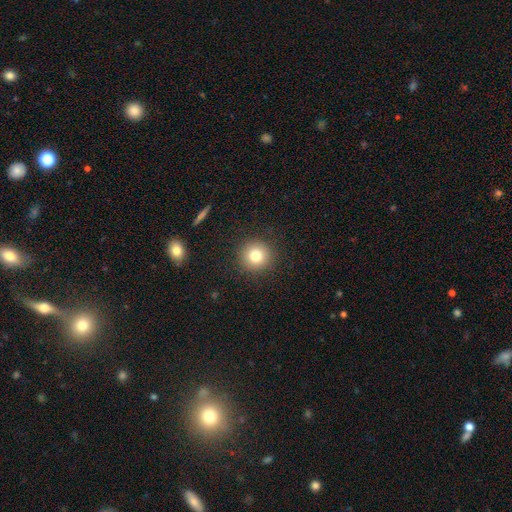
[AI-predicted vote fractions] Morphology: type=smooth (79%); roundness=round (94%); merging=none (91%).